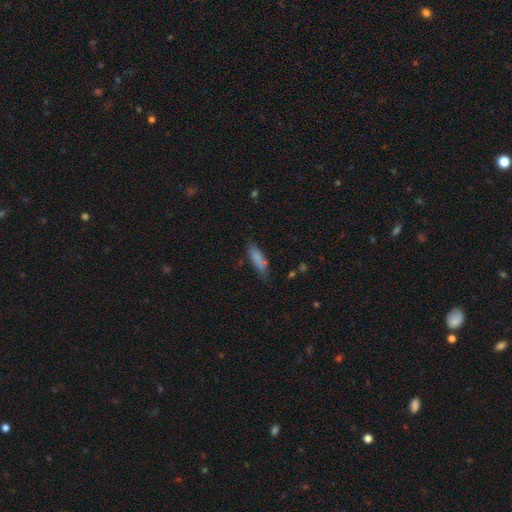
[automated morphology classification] Smooth or featured? Predicted: smooth (p=0.78). How rounded? Predicted: cigar-shaped (p=0.64). Merging? Predicted: none (p=0.73).